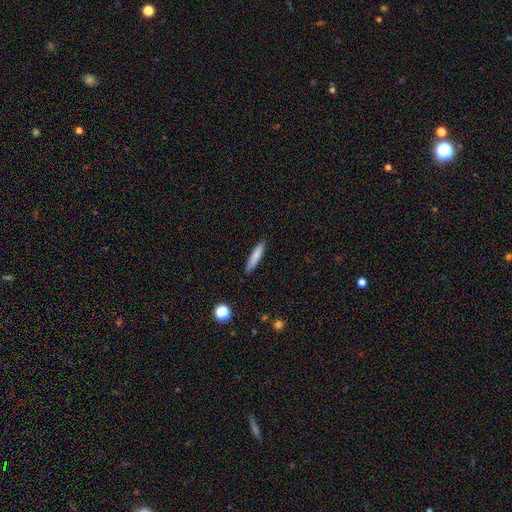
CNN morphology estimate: Q: Smooth or featured?
A: smooth (80%); runner-up: featured or disk (13%)
Q: How rounded?
A: cigar-shaped (86%); runner-up: in between (13%)
Q: Merging?
A: none (88%); runner-up: minor disturbance (9%)